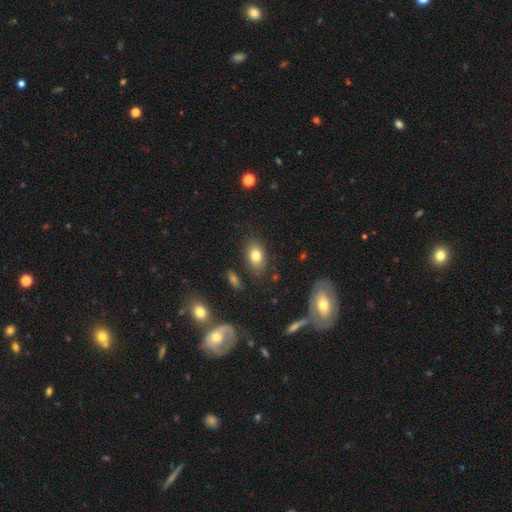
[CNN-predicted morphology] The model was most divided on "smooth or featured": smooth: 79%, featured or disk: 12%, star or artifact: 9%. More confident: how rounded — in between (86%); merging — none (81%).